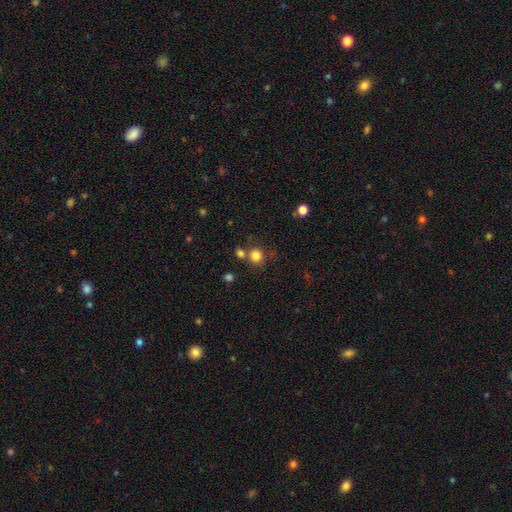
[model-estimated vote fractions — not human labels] smooth 82%, star or artifact 12%, featured or disk 6%. Down the decision tree: how rounded — round (89%); merging — none (67%).